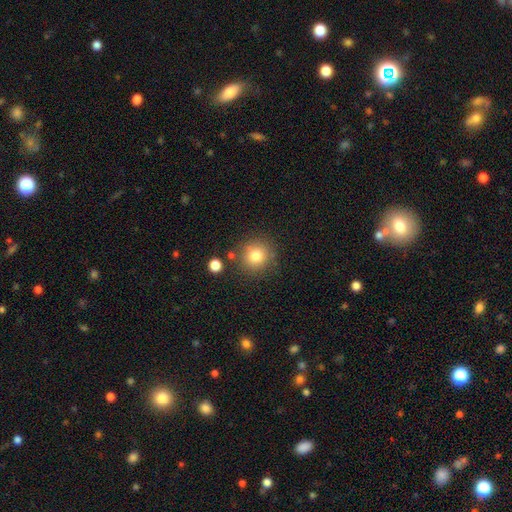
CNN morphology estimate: Smooth or featured? Predicted: smooth (p=0.81). How rounded? Predicted: round (p=0.91). Merging? Predicted: none (p=0.80).